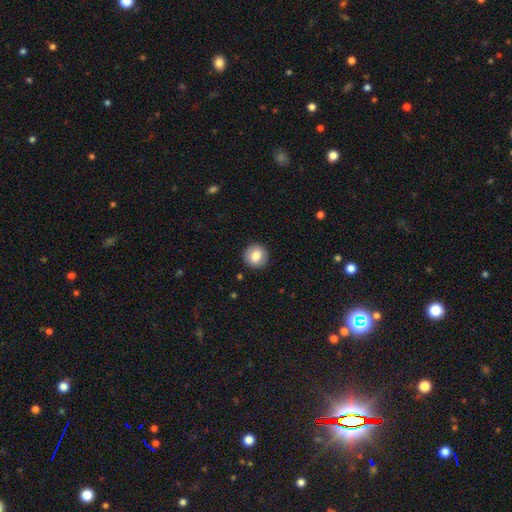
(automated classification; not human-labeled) This appears to be a smooth galaxy with no disk features (81%) that is round (92%). Merging: none (91%).